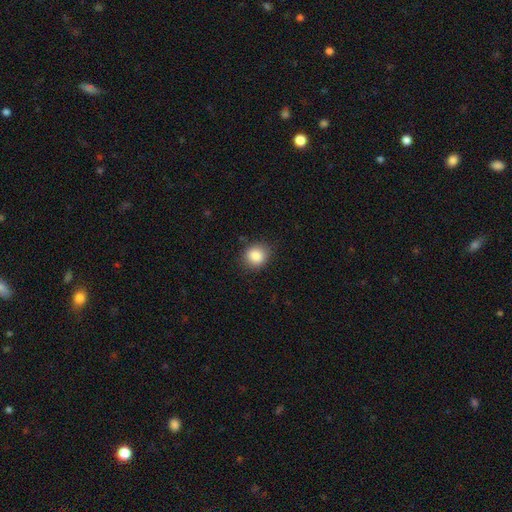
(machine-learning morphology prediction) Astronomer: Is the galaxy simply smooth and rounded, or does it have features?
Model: smooth — 86%.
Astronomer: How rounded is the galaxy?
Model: round — 75%.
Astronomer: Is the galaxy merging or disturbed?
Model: none — 84%.